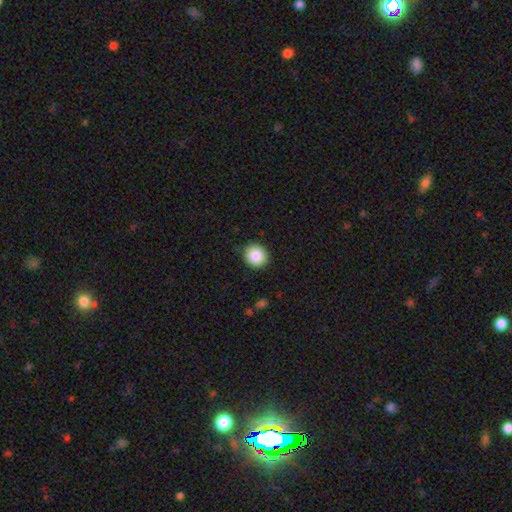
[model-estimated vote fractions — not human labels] smooth_or_featured: smooth (p=0.85) [alt: star or artifact p=0.08]
how_rounded: round (p=0.89) [alt: in between p=0.10]
merging: none (p=0.91) [alt: minor disturbance p=0.07]